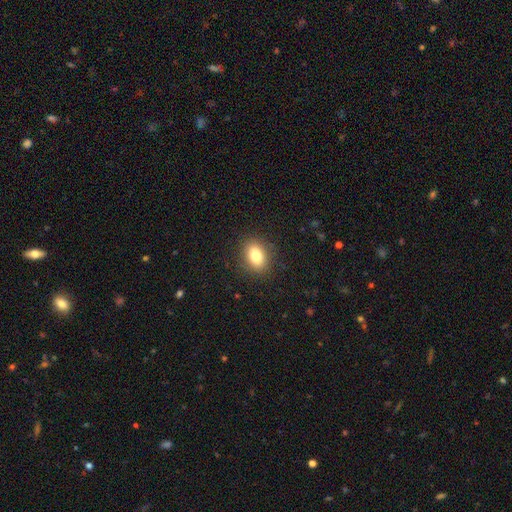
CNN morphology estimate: smooth 81%, star or artifact 10%, featured or disk 9%. Down the decision tree: how rounded — in between (71%); merging — none (88%).